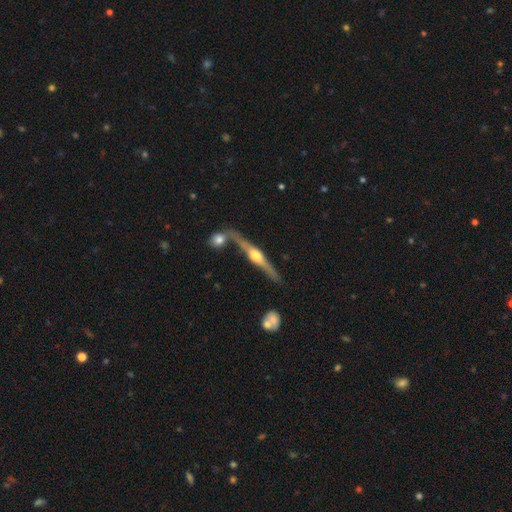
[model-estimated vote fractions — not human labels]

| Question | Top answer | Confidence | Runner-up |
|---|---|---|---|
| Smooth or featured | featured or disk | 80% | smooth (15%) |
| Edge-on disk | yes | 96% | no (4%) |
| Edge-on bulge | rounded | 91% | boxy (6%) |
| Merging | none | 63% | merger (21%) |